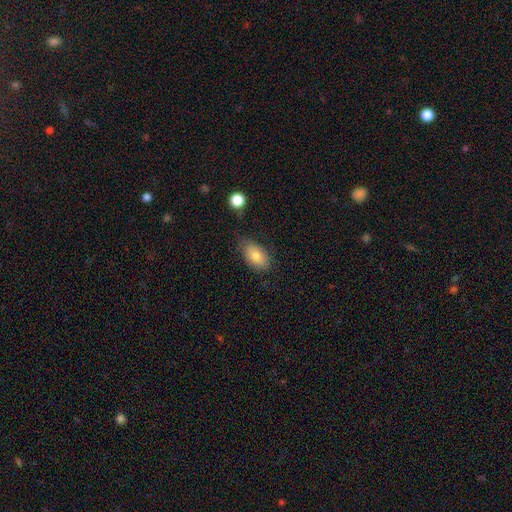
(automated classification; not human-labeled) smooth_or_featured: smooth (p=0.80) [alt: featured or disk p=0.12]
how_rounded: in between (p=0.91) [alt: round p=0.06]
merging: none (p=0.70) [alt: minor disturbance p=0.23]